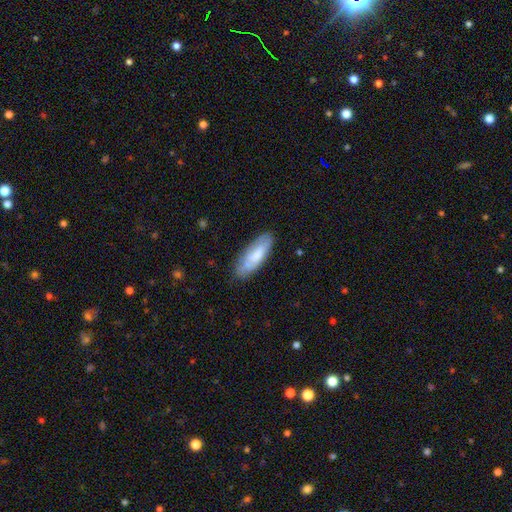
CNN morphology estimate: This appears to be a smooth galaxy with no disk features (71%) that is in between round and cigar-shaped (65%). Merging: none (77%).